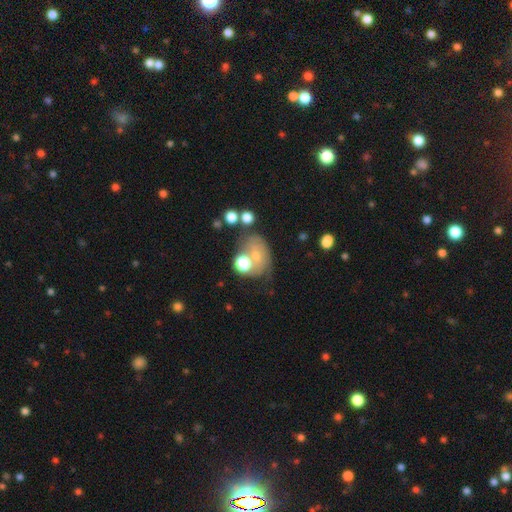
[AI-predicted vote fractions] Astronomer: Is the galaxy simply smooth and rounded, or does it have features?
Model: smooth — 52% (runner-up: featured or disk, 32%).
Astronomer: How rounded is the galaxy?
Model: in between — 64%.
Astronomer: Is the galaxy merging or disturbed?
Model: none — 34% (runner-up: merger, 23%).